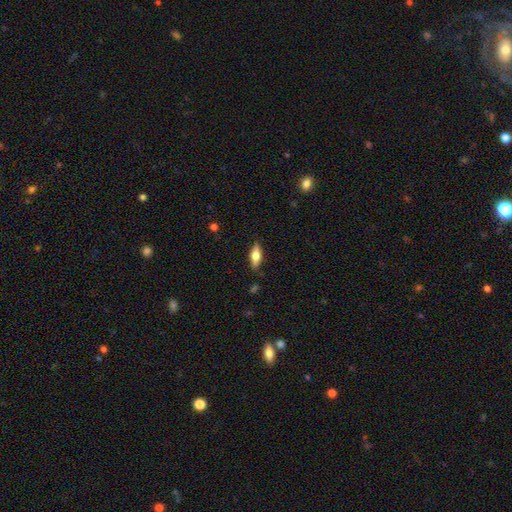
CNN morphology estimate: This appears to be a smooth galaxy with no disk features (57%) that is in between round and cigar-shaped (66%). Merging: none (84%).